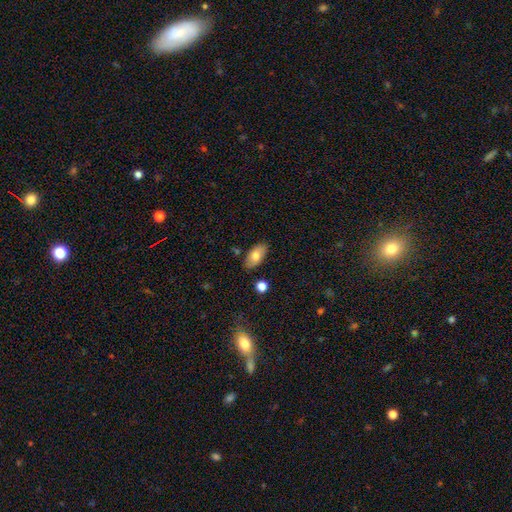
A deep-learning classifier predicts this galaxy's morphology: type=smooth (77%); roundness=in between (93%); merging=none (83%).